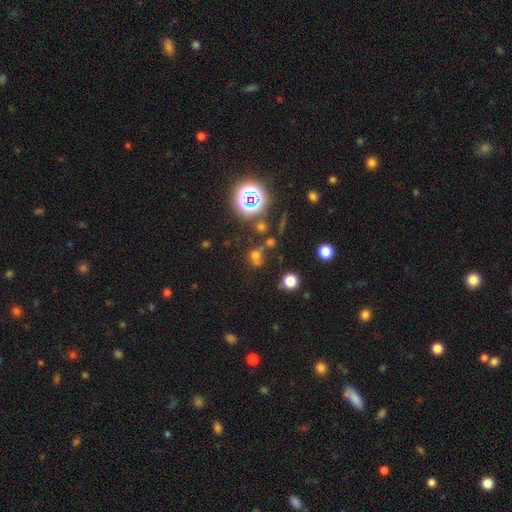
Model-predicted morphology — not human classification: This is possibly a smooth galaxy (54%). How rounded: likely round (75%). Merging: possibly none (55%).